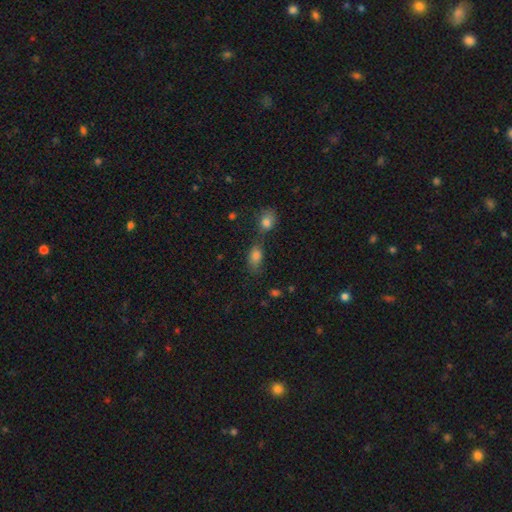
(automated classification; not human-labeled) smooth-or-featured: smooth: 79% | star or artifact: 12% | featured or disk: 9%
  how-rounded: in between: 83% | round: 14% | cigar-shaped: 3%
  merging: none: 48% | merger: 30% | minor disturbance: 16% | major disturbance: 6%